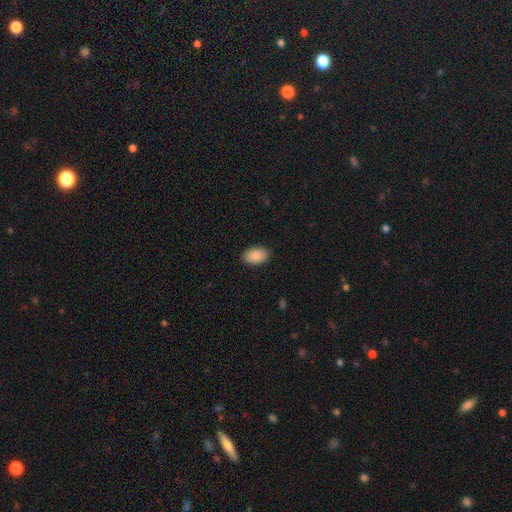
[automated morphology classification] Overall: smooth (90%). How rounded: in between (91%). Merging: none (89%).